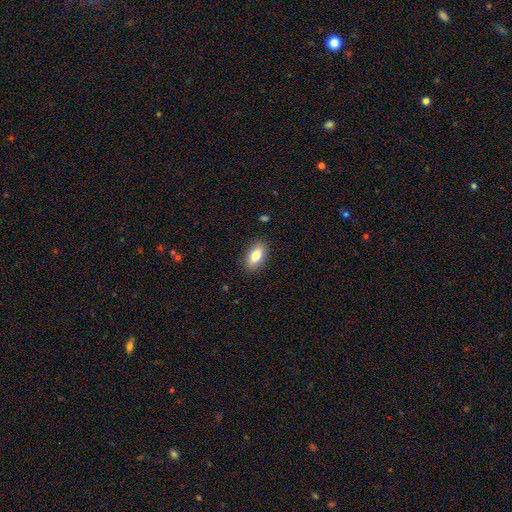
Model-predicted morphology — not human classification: Smooth or featured? Predicted: smooth (p=0.82). How rounded? Predicted: in between (p=0.90). Merging? Predicted: none (p=0.87).